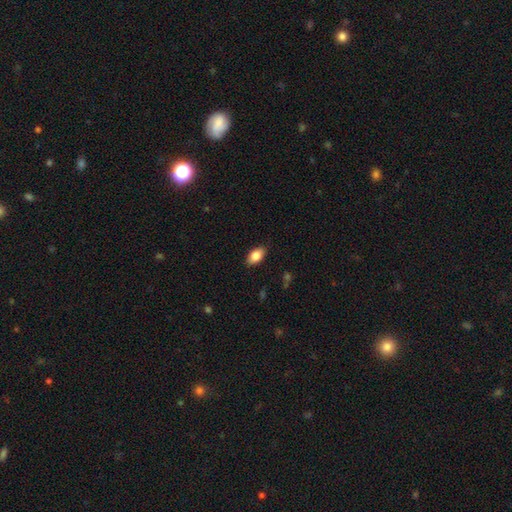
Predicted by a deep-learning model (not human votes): This appears to be a smooth galaxy with no disk features (85%) that is in between round and cigar-shaped (92%). Merging: none (87%).